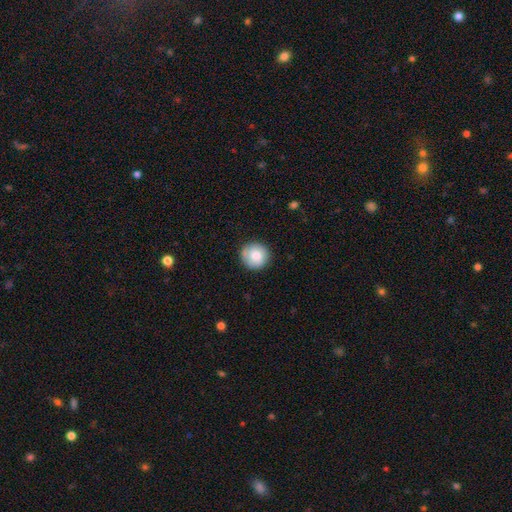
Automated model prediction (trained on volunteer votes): Smooth or featured: smooth — 78% (featured or disk — 15%)
How rounded: round — 93% (in between — 6%)
Merging: none — 84% (minor disturbance — 12%)